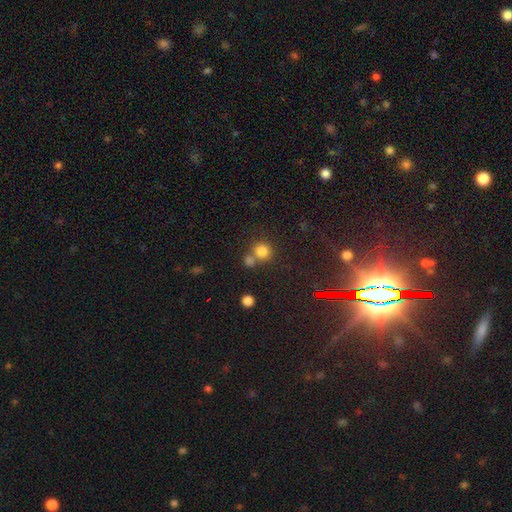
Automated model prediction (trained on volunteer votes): Smooth or featured? smooth (64%)
How rounded? round (89%)
Merging? none (58%)